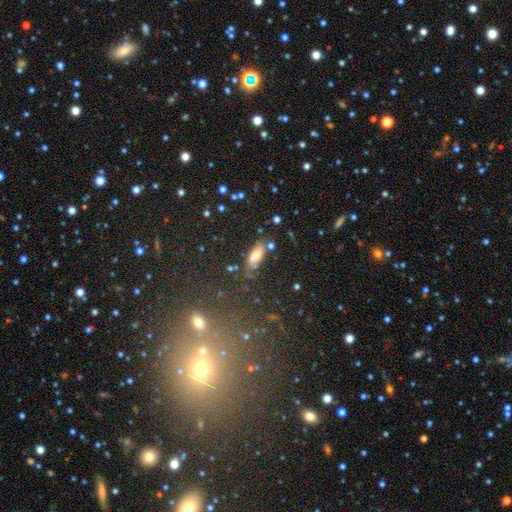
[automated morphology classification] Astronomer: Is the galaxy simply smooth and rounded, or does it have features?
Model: smooth — 58%.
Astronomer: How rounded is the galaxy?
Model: in between — 76%.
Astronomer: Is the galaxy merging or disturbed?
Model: none — 57%.